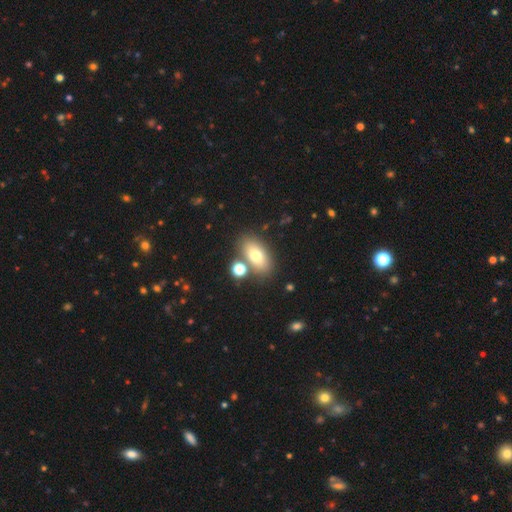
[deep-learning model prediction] Q: Smooth or featured?
A: smooth (73%); runner-up: featured or disk (17%)
Q: How rounded?
A: in between (88%); runner-up: round (8%)
Q: Merging?
A: none (72%); runner-up: merger (13%)